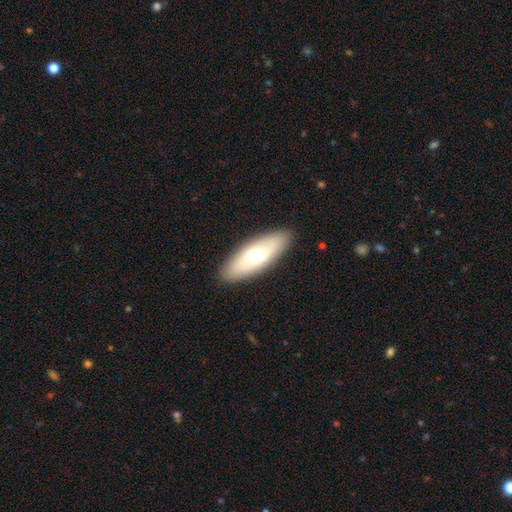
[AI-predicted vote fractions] Smooth or featured? smooth (57%)
How rounded? in between (73%)
Merging? none (89%)